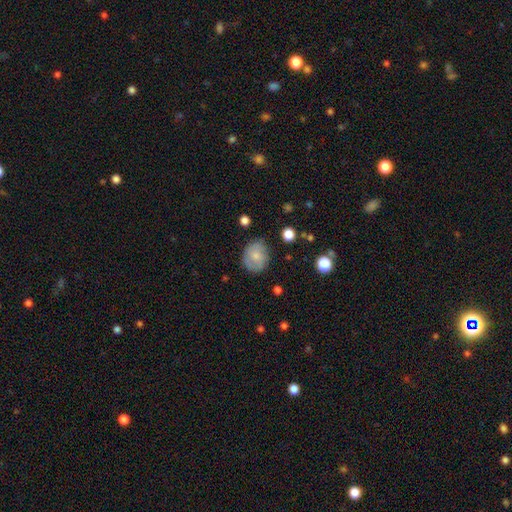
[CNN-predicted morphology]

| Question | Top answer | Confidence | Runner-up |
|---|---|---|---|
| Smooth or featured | smooth | 62% | featured or disk (31%) |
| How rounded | round | 62% | in between (37%) |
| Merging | none | 76% | minor disturbance (17%) |